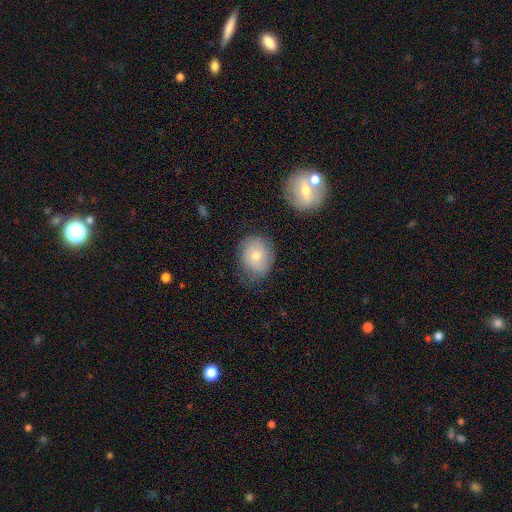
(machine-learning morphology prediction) Smooth or featured? Predicted: smooth (p=0.65). How rounded? Predicted: round (p=0.66). Merging? Predicted: none (p=0.67).